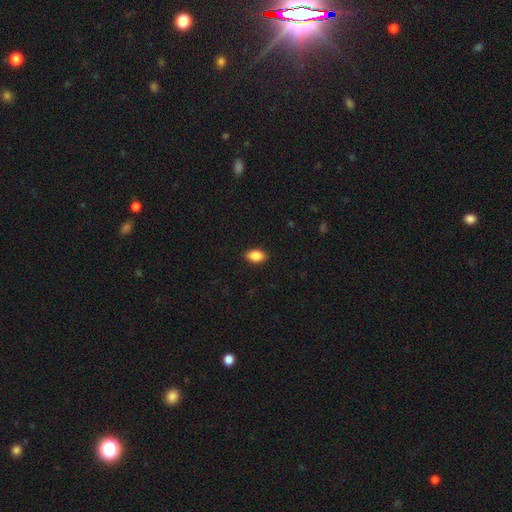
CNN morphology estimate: Smooth or featured? Predicted: smooth (p=0.88). How rounded? Predicted: in between (p=0.90). Merging? Predicted: none (p=0.90).